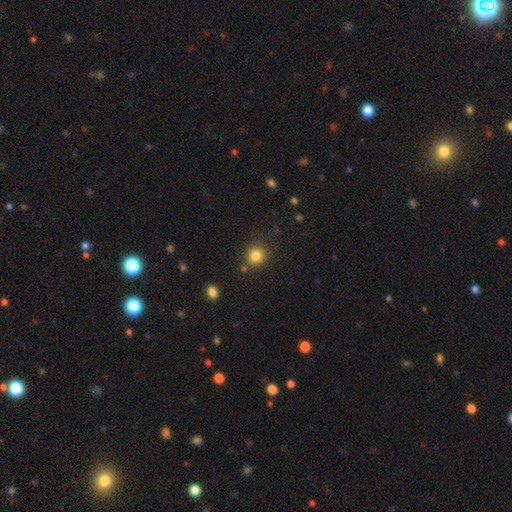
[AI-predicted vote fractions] smooth-or-featured: smooth: 83% | star or artifact: 12% | featured or disk: 5%
  how-rounded: round: 90% | in between: 9% | cigar-shaped: 1%
  merging: none: 82% | minor disturbance: 8% | merger: 6% | major disturbance: 3%